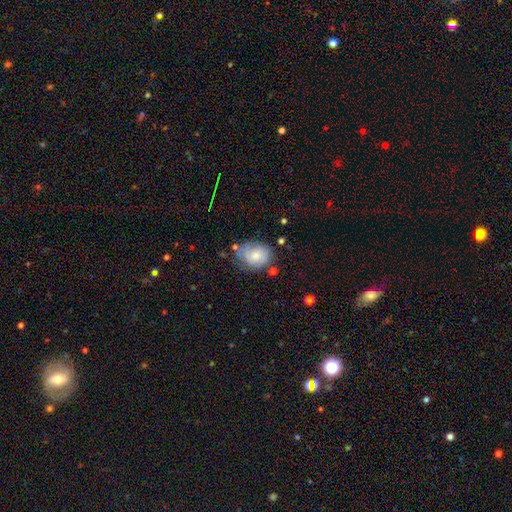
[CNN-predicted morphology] Smooth or featured: smooth — 56% (featured or disk — 36%)
How rounded: in between — 56% (round — 43%)
Merging: none — 52% (minor disturbance — 30%)